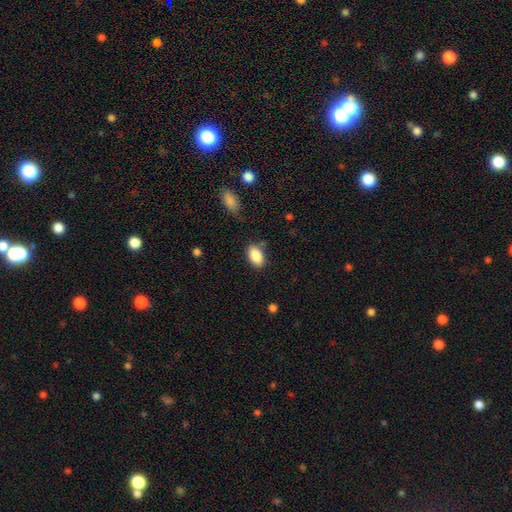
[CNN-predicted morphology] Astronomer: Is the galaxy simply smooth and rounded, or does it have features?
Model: smooth — 87%.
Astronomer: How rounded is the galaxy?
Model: in between — 92%.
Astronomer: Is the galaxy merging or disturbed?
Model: none — 80%.